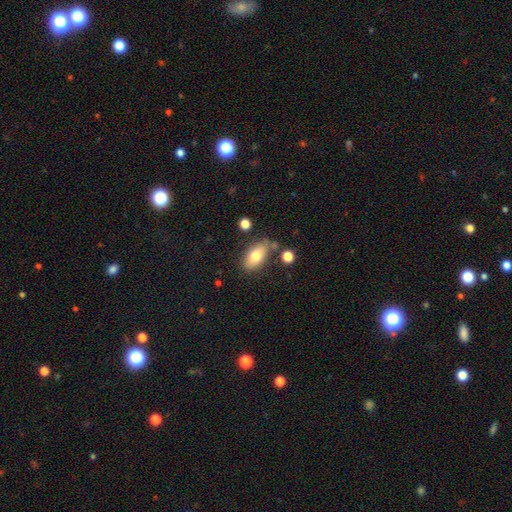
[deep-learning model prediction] This is likely a smooth galaxy (75%). How rounded: clearly in between (90%). Merging: likely none (70%).